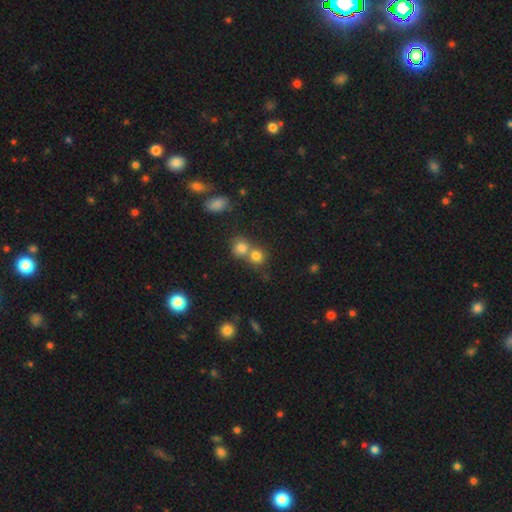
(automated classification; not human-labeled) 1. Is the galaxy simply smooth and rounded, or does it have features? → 78% smooth, 14% star or artifact, 8% featured or disk.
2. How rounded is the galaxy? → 84% round, 15% in between, 1% cigar-shaped.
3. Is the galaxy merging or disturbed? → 47% merger, 45% none, 6% minor disturbance, 3% major disturbance.